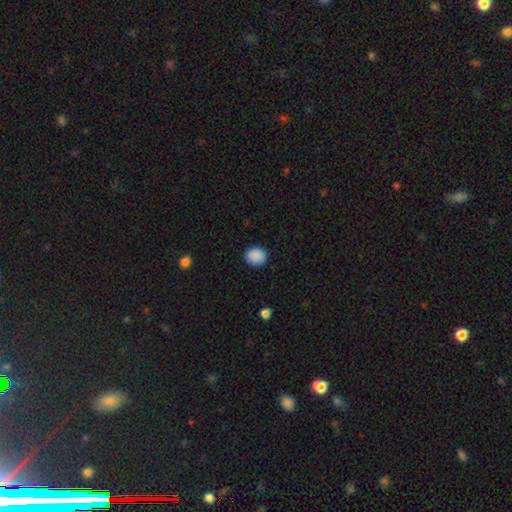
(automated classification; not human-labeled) Smooth or featured? smooth (89%)
How rounded? round (74%)
Merging? none (90%)